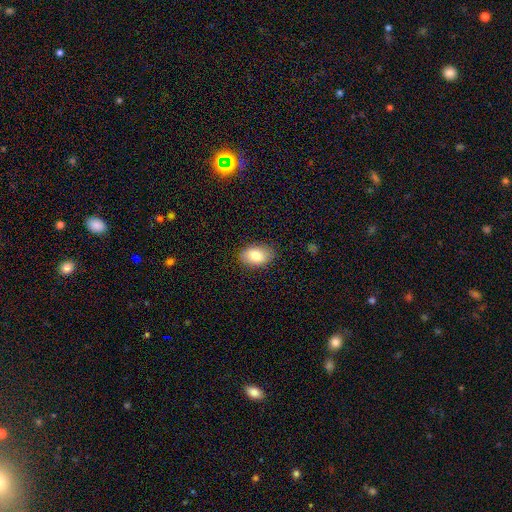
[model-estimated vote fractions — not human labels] A smooth galaxy with no disk features (84%) that is in between round and cigar-shaped (89%). Merging: none (85%).